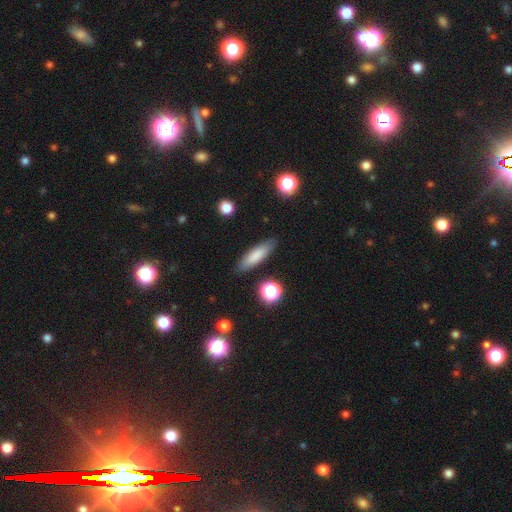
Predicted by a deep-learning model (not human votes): smooth 79%, featured or disk 13%, star or artifact 8%. Down the decision tree: how rounded — cigar-shaped (62%); merging — none (87%).